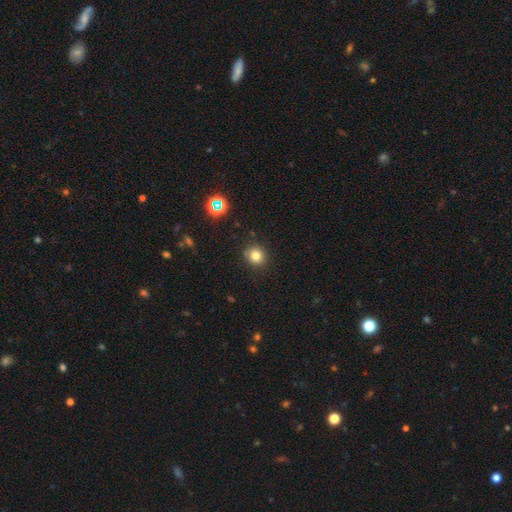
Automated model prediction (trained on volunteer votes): Morphology: type=smooth (79%); roundness=round (87%); merging=none (89%).